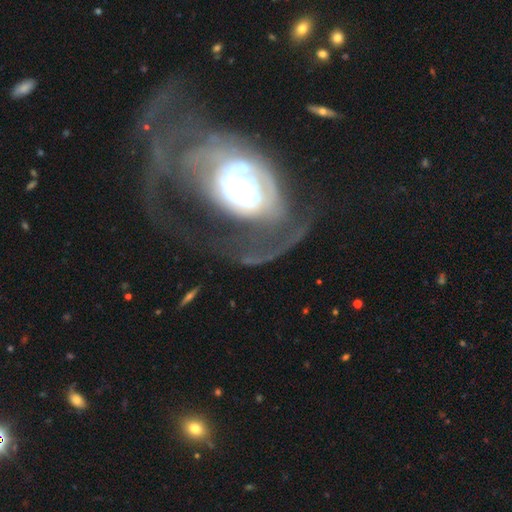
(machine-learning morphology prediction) A featured or disk galaxy (77%) with no bar (70%), spiral arms (68%) and a moderate central bulge (44%). Merging: major disturbance (53%).